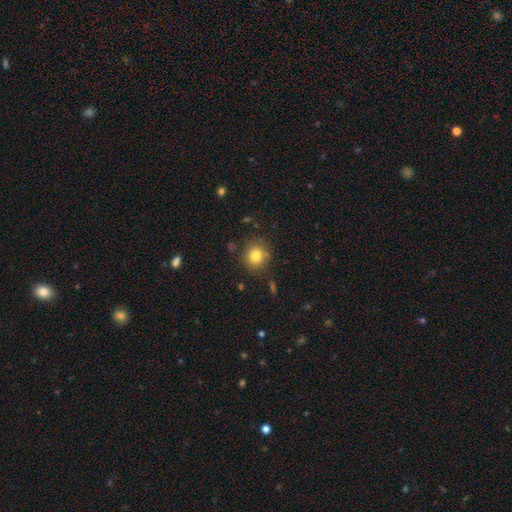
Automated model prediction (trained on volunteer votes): A smooth galaxy with no disk features (81%) that is round (84%). Merging: none (85%).